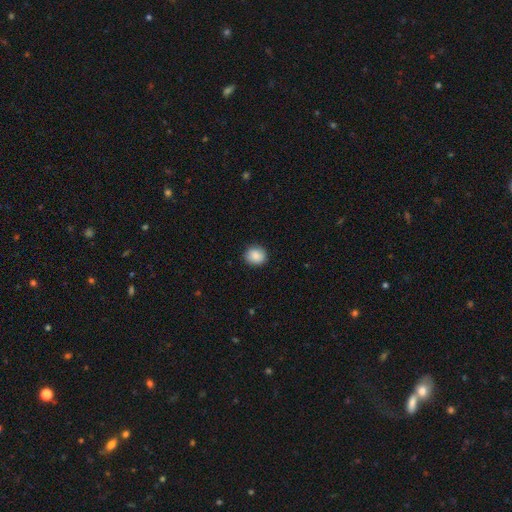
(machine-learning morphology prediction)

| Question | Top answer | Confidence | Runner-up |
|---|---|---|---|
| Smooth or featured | smooth | 88% | star or artifact (8%) |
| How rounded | round | 78% | in between (21%) |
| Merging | none | 89% | minor disturbance (8%) |